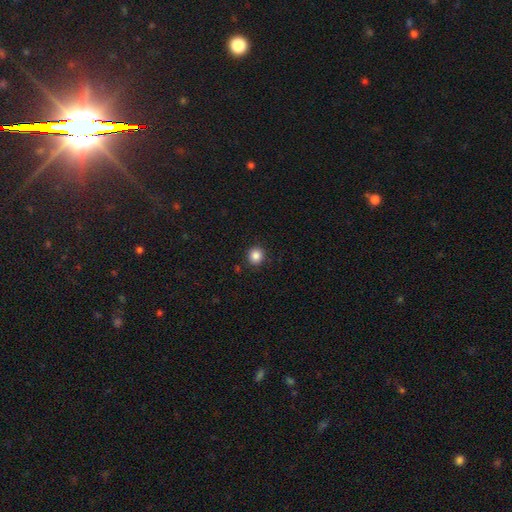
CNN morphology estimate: Overall: smooth (86%). How rounded: round (91%). Merging: none (91%).